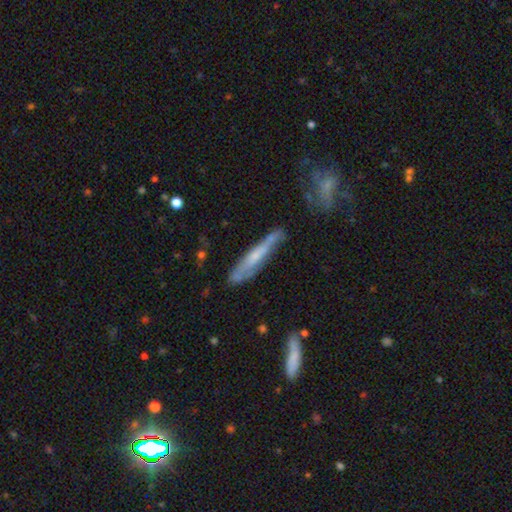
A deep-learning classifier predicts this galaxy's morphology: smooth_or_featured: featured or disk (p=0.53) [alt: smooth p=0.40]
disk_edge_on: yes (p=0.74) [alt: no p=0.26]
merging: none (p=0.67) [alt: minor disturbance p=0.23]